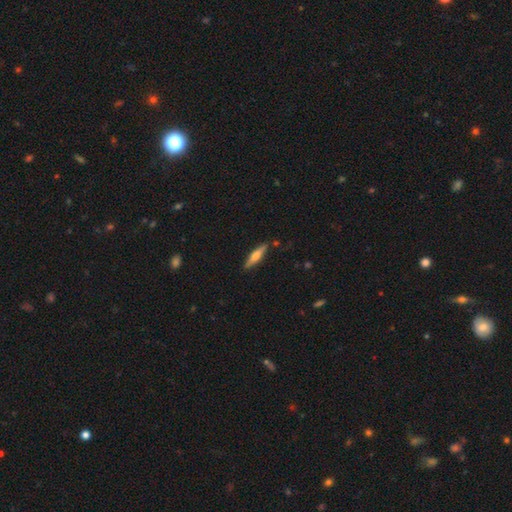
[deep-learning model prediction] smooth 50%, featured or disk 44%, star or artifact 6%. Down the decision tree: how rounded — cigar-shaped (78%); merging — none (86%).